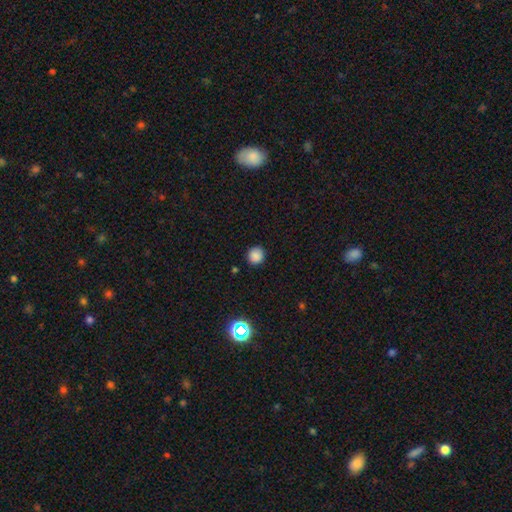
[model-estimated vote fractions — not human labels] smooth 83%, star or artifact 12%, featured or disk 4%. Down the decision tree: how rounded — round (92%); merging — none (88%).